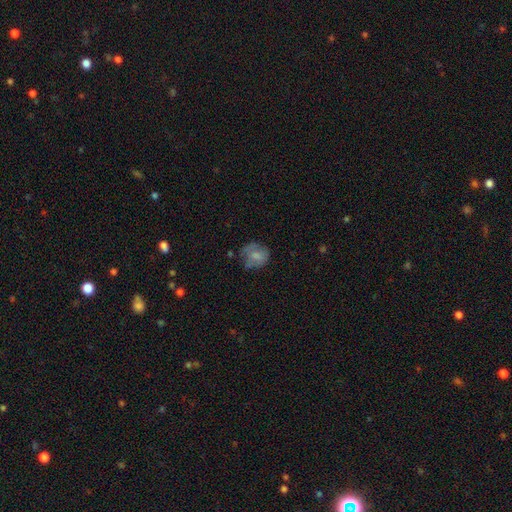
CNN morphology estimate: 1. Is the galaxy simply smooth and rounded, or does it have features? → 65% smooth, 26% featured or disk, 9% star or artifact.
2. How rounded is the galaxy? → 68% round, 31% in between, 1% cigar-shaped.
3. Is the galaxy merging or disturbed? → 52% none, 28% minor disturbance, 17% major disturbance, 4% merger.